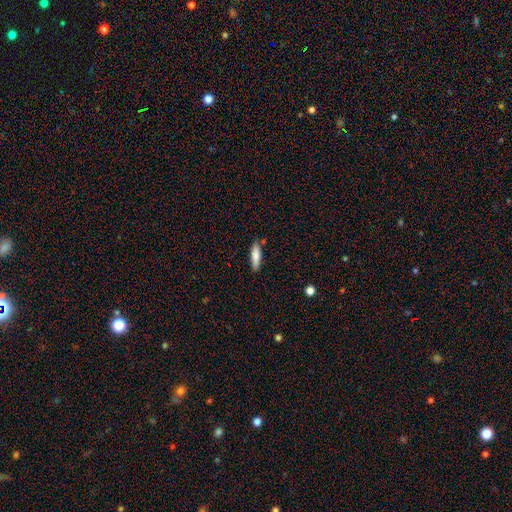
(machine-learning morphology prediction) smooth_or_featured: smooth (p=0.76) [alt: featured or disk p=0.18]
how_rounded: cigar-shaped (p=0.66) [alt: in between p=0.32]
merging: none (p=0.83) [alt: minor disturbance p=0.11]